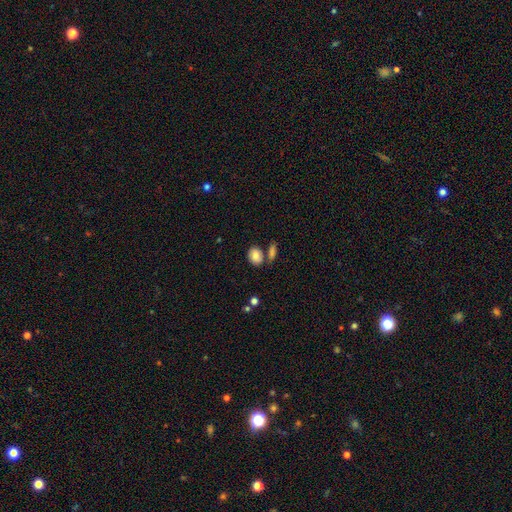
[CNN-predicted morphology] This is clearly a smooth galaxy (83%). How rounded: likely in between (72%). Merging: likely none (64%).